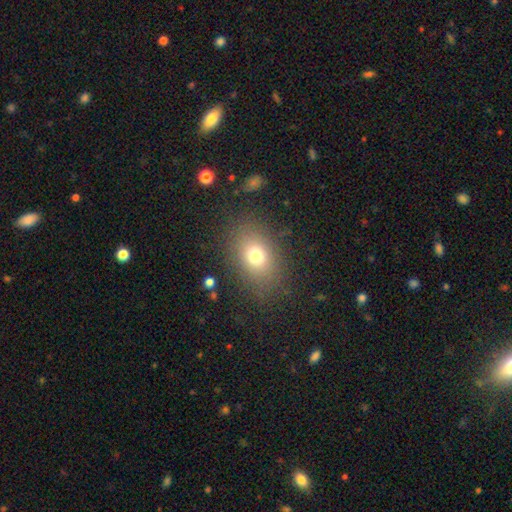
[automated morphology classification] smooth_or_featured: smooth (p=0.73) [alt: star or artifact p=0.14]
how_rounded: in between (p=0.66) [alt: round p=0.32]
merging: none (p=0.81) [alt: minor disturbance p=0.12]